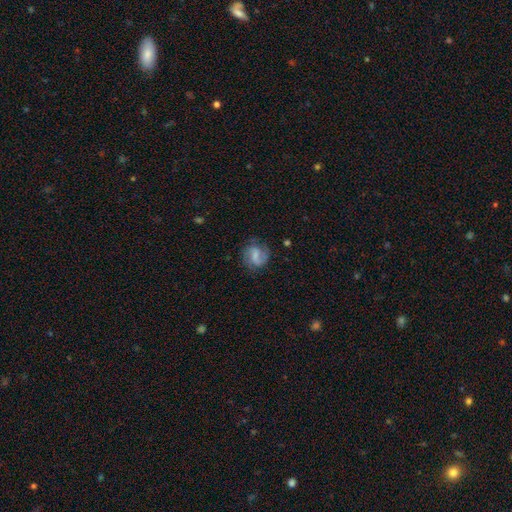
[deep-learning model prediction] Smooth or featured?
  - featured or disk: 59% *
  - smooth: 33%
  - star or artifact: 8%
Edge-on disk?
  - no: 97% *
  - yes: 3%
Bar?
  - weak: 49% *
  - strong: 26%
  - no: 24%
Spiral arms?
  - yes: 87% *
  - no: 13%
Bulge size?
  - none: 37% *
  - small: 34%
  - moderate: 23%
  - large: 6%
  - dominant: 2%
Merging?
  - none: 69% *
  - minor disturbance: 19%
  - major disturbance: 10%
  - merger: 2%